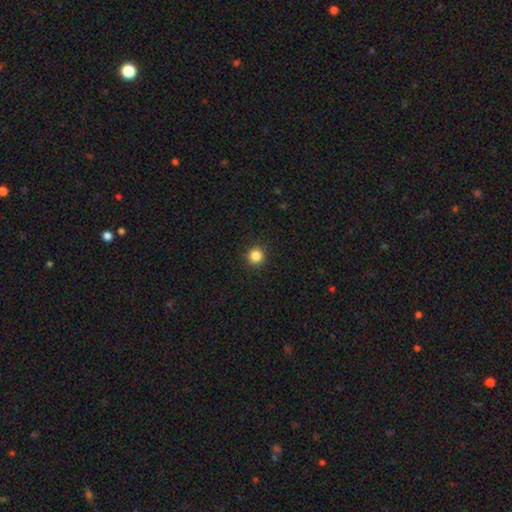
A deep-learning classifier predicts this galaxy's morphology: Smooth or featured? smooth (84%)
How rounded? round (95%)
Merging? none (93%)